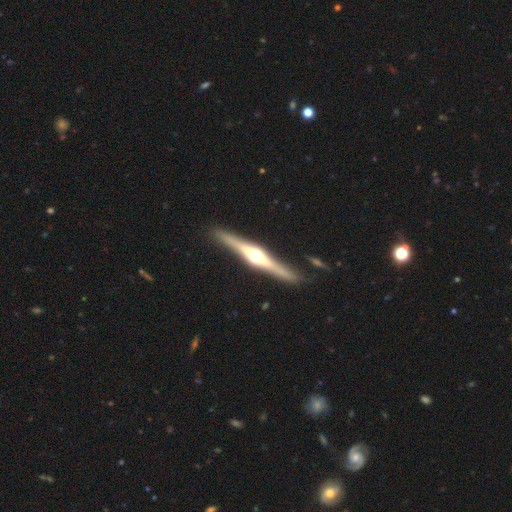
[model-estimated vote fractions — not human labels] Q: Smooth or featured?
A: featured or disk (80%); runner-up: smooth (15%)
Q: Edge-on disk?
A: yes (98%); runner-up: no (2%)
Q: Edge-on bulge?
A: rounded (94%); runner-up: boxy (4%)
Q: Merging?
A: none (89%); runner-up: minor disturbance (8%)